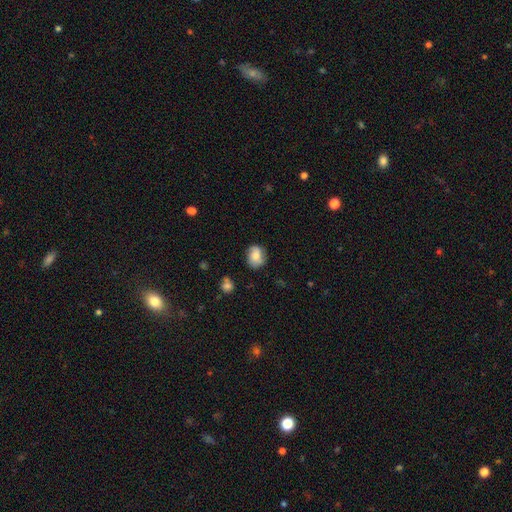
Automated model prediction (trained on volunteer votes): A smooth galaxy with no disk features (70%) that is round (51%).

Vote fractions:
- Smooth or featured? smooth: 70% / featured or disk: 21% / star or artifact: 8%
- How rounded? round: 51% / in between: 48% / cigar-shaped: 1%
- Merging? none: 69% / minor disturbance: 23% / major disturbance: 5% / merger: 2%